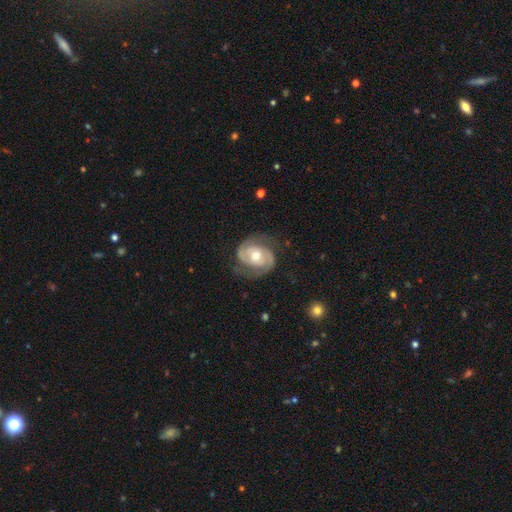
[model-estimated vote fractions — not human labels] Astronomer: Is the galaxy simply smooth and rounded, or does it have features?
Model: featured or disk — 81%.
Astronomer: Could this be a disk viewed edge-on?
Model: no — 97%.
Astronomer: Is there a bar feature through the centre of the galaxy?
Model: no — 55% (runner-up: weak, 33%).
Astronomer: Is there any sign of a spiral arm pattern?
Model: yes — 92%.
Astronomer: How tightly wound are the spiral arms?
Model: medium — 44% (runner-up: tight, 39%).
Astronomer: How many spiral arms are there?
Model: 2 — 87%.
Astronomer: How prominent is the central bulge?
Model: moderate — 70%.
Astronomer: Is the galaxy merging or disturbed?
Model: none — 69%.